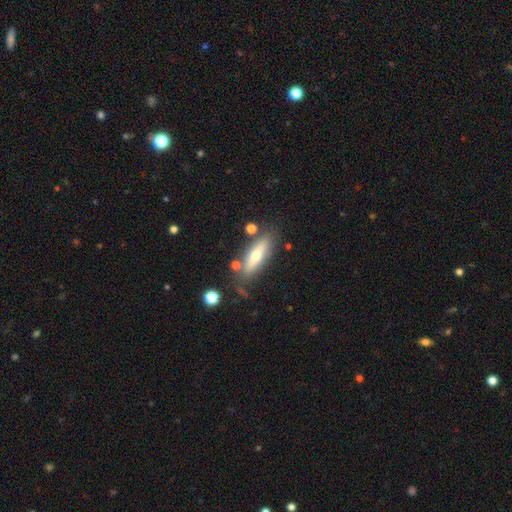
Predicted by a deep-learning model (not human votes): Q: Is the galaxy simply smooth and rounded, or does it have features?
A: smooth — 52%.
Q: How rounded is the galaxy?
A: cigar-shaped — 58%.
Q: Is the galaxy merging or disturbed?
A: none — 73%.